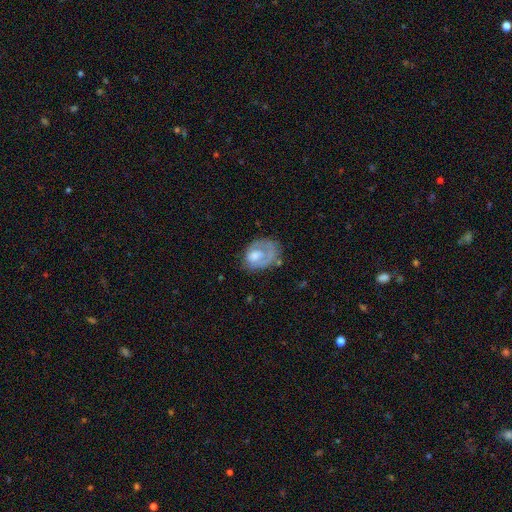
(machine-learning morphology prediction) Q: Smooth or featured?
A: featured or disk (55%); runner-up: smooth (38%)
Q: Edge-on disk?
A: no (96%); runner-up: yes (4%)
Q: Bar?
A: no (76%); runner-up: weak (20%)
Q: Spiral arms?
A: yes (52%); runner-up: no (48%)
Q: Bulge size?
A: moderate (49%); runner-up: large (19%)
Q: Merging?
A: none (47%); runner-up: major disturbance (25%)